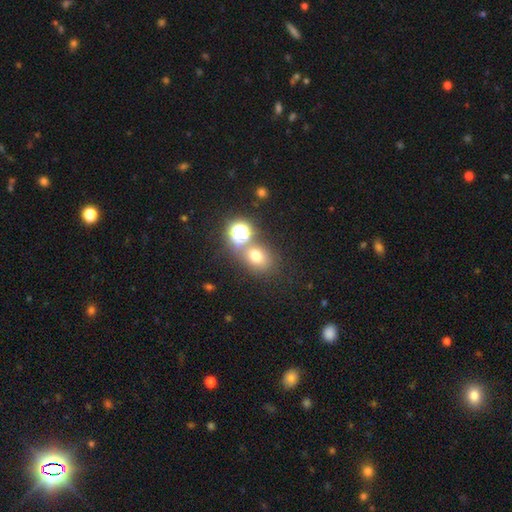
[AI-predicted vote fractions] Smooth or featured?
  - smooth: 67% *
  - star or artifact: 24%
  - featured or disk: 10%
How rounded?
  - round: 59% *
  - in between: 39%
  - cigar-shaped: 1%
Merging?
  - none: 62% *
  - merger: 22%
  - minor disturbance: 11%
  - major disturbance: 5%